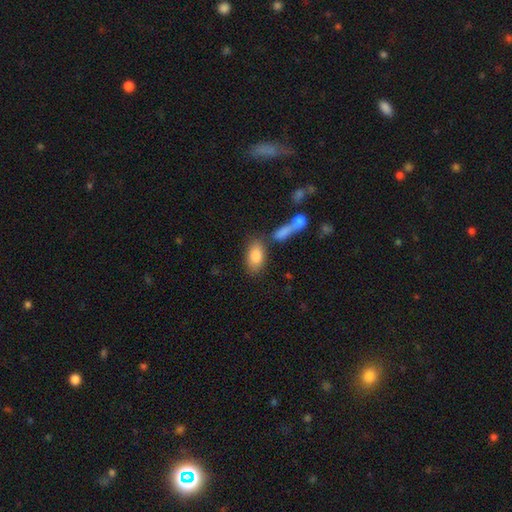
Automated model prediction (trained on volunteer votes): Smooth or featured: smooth — 83% (featured or disk — 11%)
How rounded: in between — 90% (cigar-shaped — 6%)
Merging: none — 63% (merger — 19%)